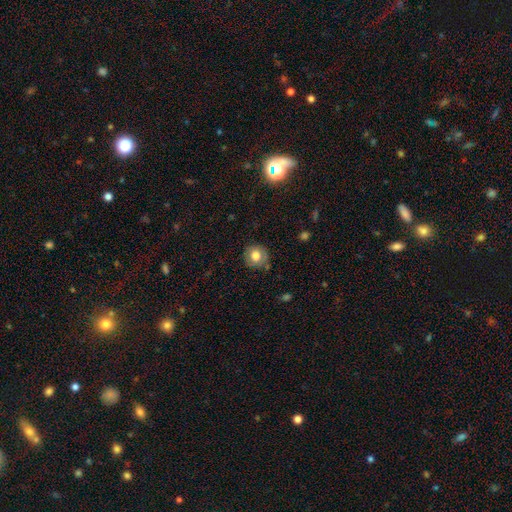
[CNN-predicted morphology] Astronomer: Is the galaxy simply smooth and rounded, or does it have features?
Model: smooth — 71%.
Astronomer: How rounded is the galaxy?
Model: round — 83%.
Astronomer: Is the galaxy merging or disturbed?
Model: none — 78%.